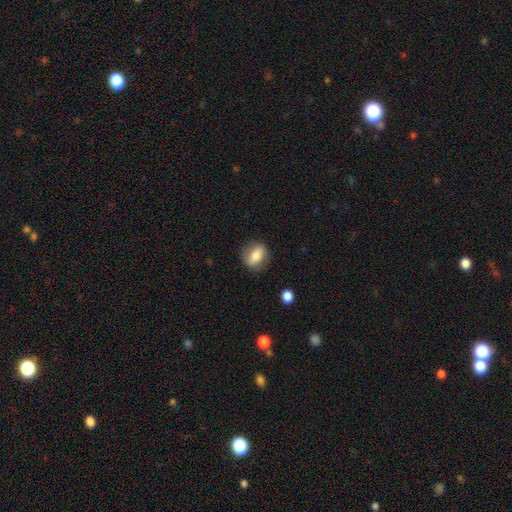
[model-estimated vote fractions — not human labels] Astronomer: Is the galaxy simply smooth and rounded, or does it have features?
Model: smooth — 76%.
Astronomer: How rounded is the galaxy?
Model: in between — 60% (runner-up: round, 37%).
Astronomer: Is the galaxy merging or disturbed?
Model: none — 80%.